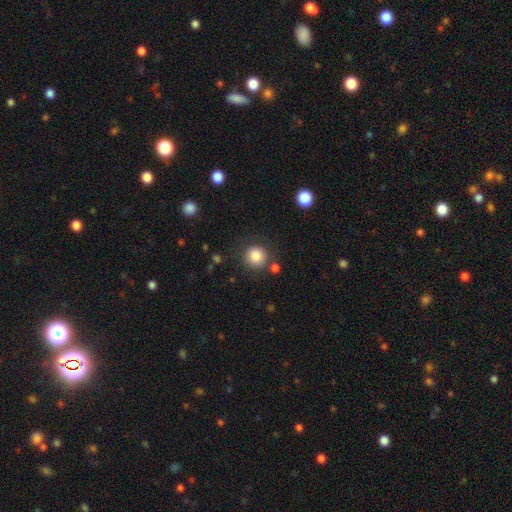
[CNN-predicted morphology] This is clearly a smooth galaxy (84%). How rounded: clearly round (93%). Merging: clearly none (82%).